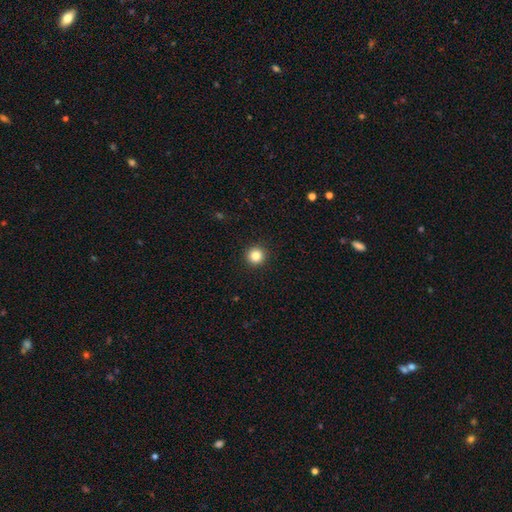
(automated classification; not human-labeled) Overall: smooth (85%). How rounded: round (96%). Merging: none (93%).